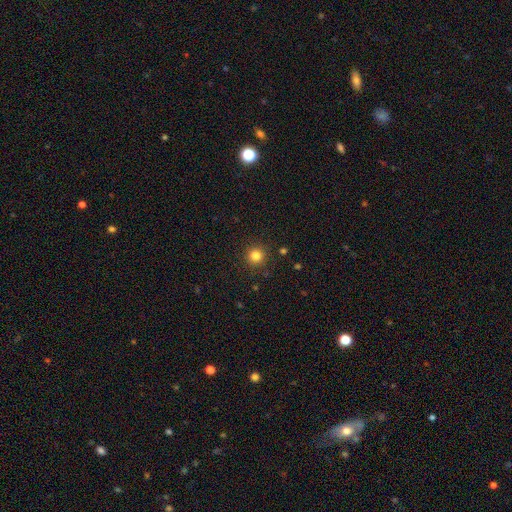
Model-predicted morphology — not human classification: smooth_or_featured: smooth (p=0.82) [alt: star or artifact p=0.13]
how_rounded: round (p=0.95) [alt: in between p=0.04]
merging: none (p=0.90) [alt: minor disturbance p=0.06]